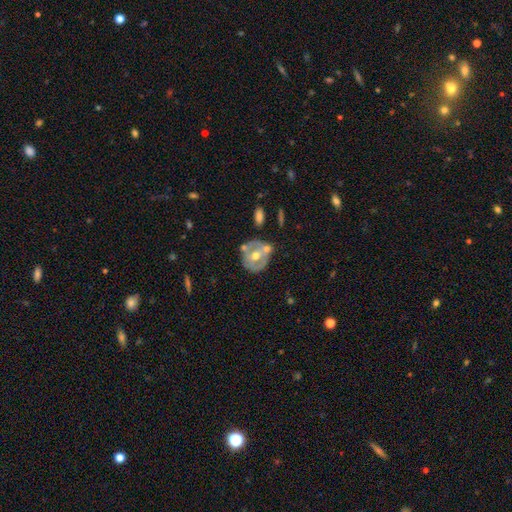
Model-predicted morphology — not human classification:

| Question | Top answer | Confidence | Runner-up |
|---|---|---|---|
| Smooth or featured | featured or disk | 63% | smooth (31%) |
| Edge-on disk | no | 95% | yes (5%) |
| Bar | no | 61% | weak (27%) |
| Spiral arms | no | 68% | yes (32%) |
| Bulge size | moderate | 76% | small (18%) |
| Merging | none | 57% | merger (19%) |